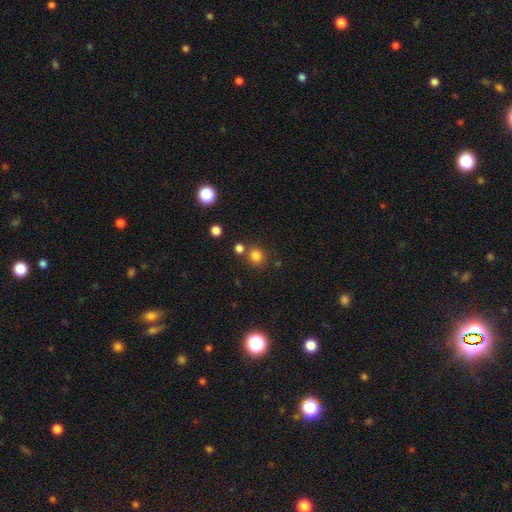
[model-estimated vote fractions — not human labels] This appears to be a smooth galaxy with no disk features (80%) that is round (89%). Merging: none (75%).